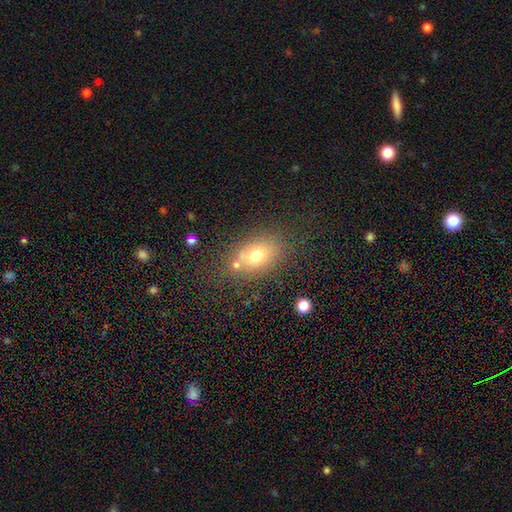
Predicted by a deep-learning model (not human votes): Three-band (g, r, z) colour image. It shows a smooth galaxy with no disk features (69%) that is in between round and cigar-shaped (73%). Merging: none (64%).